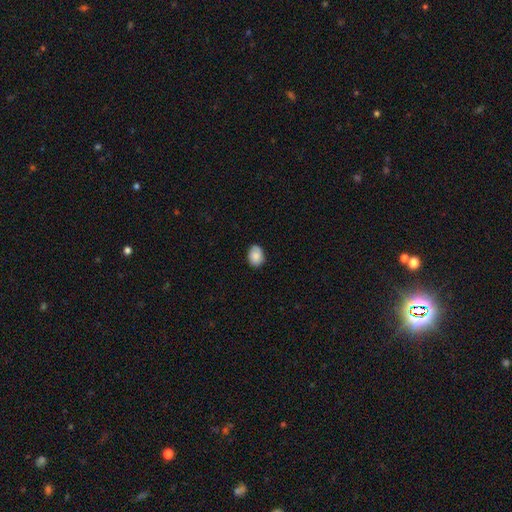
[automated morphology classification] type=smooth (87%); roundness=in between (72%); merging=none (80%).